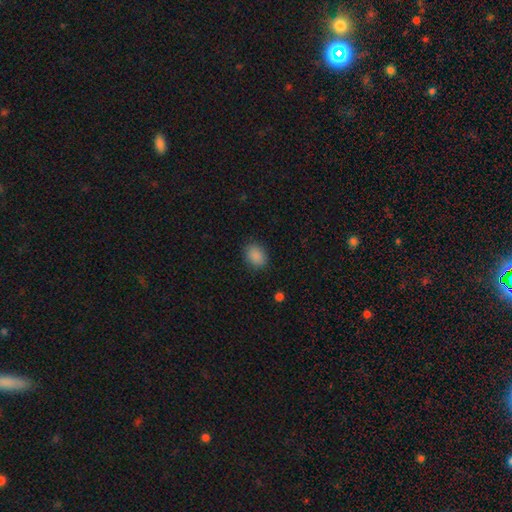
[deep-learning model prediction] Smooth or featured?
  - smooth: 88% *
  - star or artifact: 9%
  - featured or disk: 3%
How rounded?
  - in between: 66% *
  - round: 33%
  - cigar-shaped: 1%
Merging?
  - none: 86% *
  - minor disturbance: 10%
  - major disturbance: 3%
  - merger: 1%